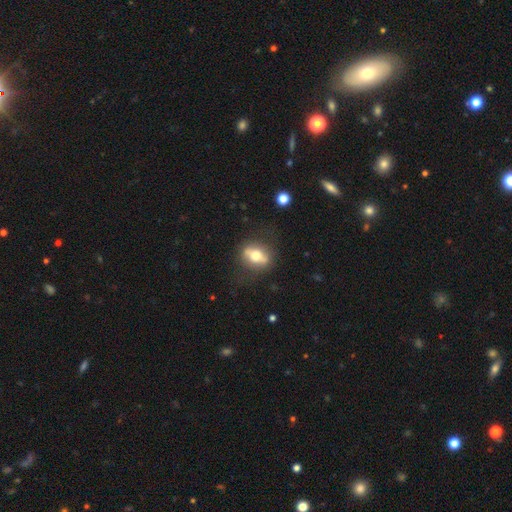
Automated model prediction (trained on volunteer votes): This appears to be a featured or disk galaxy (48%). Merging: none (77%).